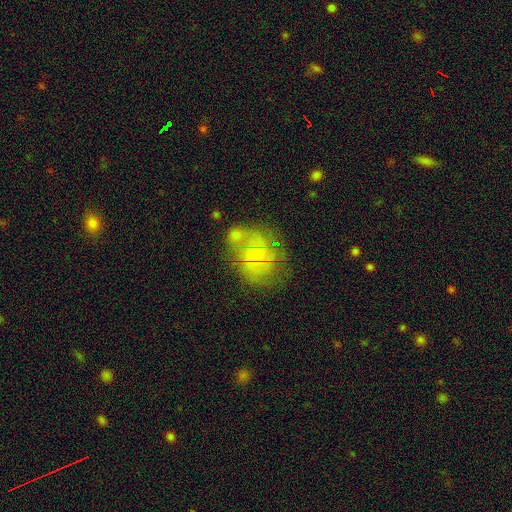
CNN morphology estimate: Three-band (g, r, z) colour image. It shows a featured or disk galaxy (47%). Merging: none (47%).